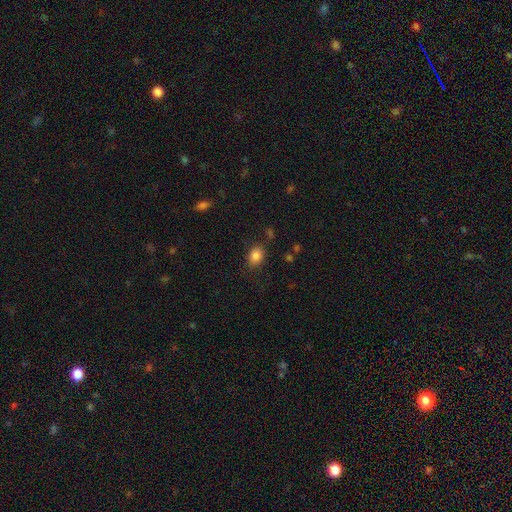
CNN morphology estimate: The model was most divided on "how rounded": in between: 60%, round: 39%, cigar-shaped: 1%. More confident: smooth or featured — smooth (85%); merging — none (80%).